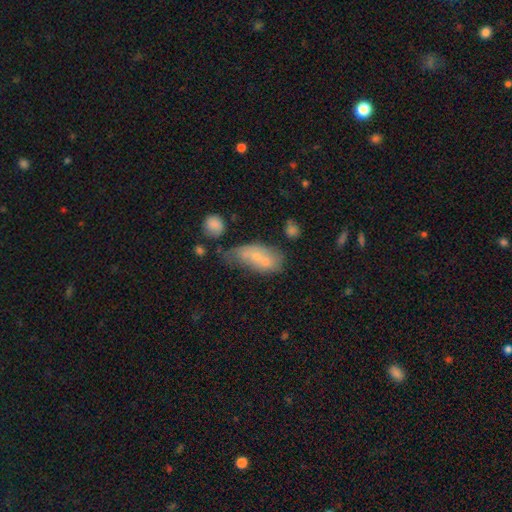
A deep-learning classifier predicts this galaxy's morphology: Smooth or featured? smooth (56%)
How rounded? in between (81%)
Merging? merger (41%)